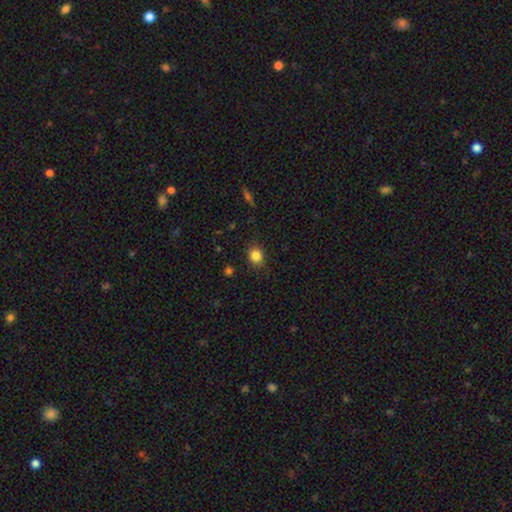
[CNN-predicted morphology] Smooth or featured? smooth (84%)
How rounded? round (71%)
Merging? none (86%)